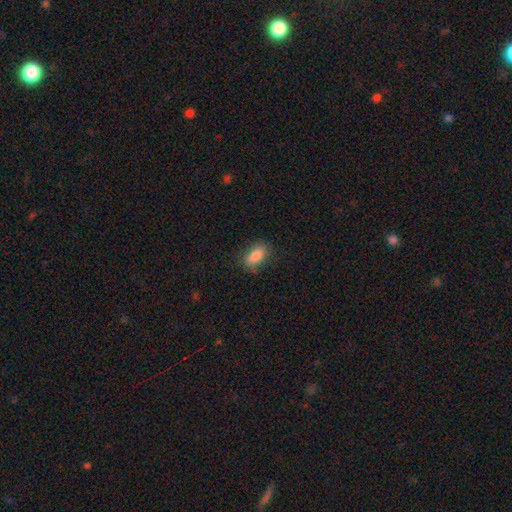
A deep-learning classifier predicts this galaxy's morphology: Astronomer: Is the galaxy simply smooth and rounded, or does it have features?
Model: smooth — 84%.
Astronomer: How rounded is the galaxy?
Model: in between — 88%.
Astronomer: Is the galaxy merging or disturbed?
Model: none — 76%.